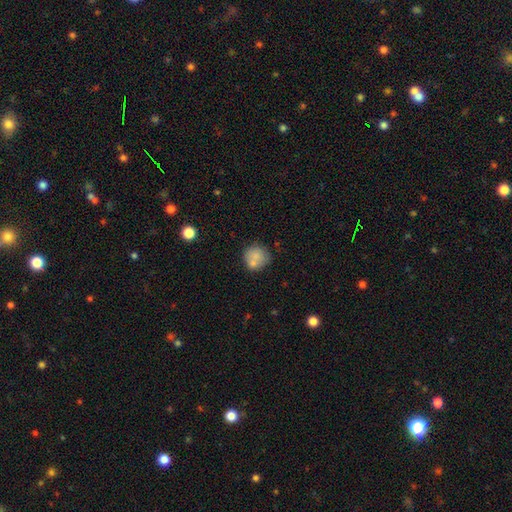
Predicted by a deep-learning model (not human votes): A smooth galaxy with no disk features (77%) that is round (87%). Merging: none (58%).